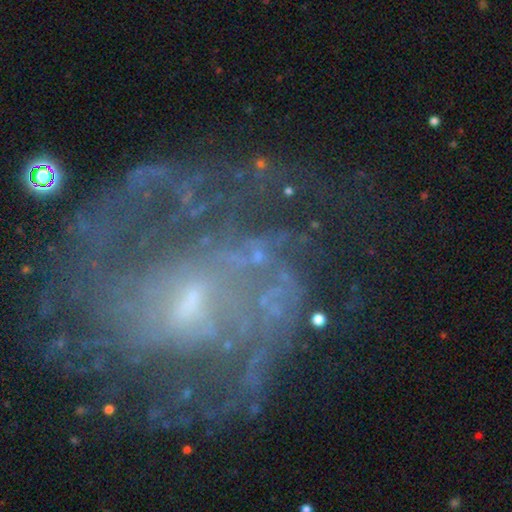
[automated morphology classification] Q: Smooth or featured?
A: featured or disk (54%); runner-up: star or artifact (31%)
Q: Edge-on disk?
A: no (95%); runner-up: yes (5%)
Q: Bar?
A: no (49%); runner-up: weak (29%)
Q: Spiral arms?
A: yes (71%); runner-up: no (29%)
Q: Bulge size?
A: small (51%); runner-up: moderate (21%)
Q: Merging?
A: none (61%); runner-up: minor disturbance (17%)